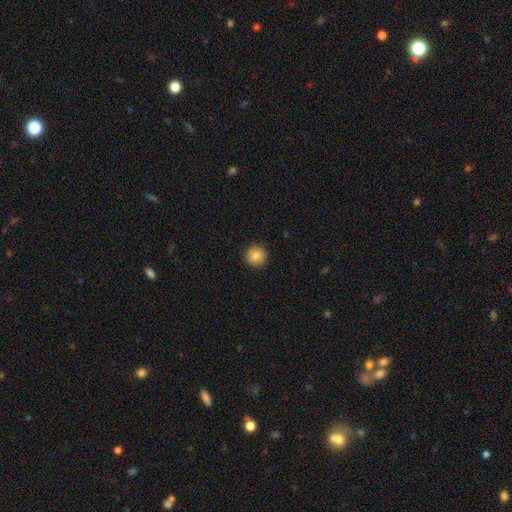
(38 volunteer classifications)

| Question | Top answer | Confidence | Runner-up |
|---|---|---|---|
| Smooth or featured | smooth | 87% | featured or disk (11%) |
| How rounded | round | 97% | in between (3%) |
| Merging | none | 92% | minor disturbance (8%) |